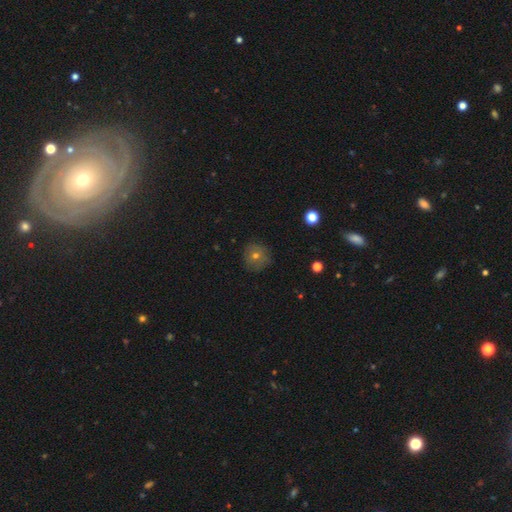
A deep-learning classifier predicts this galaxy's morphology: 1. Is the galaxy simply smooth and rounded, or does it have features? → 61% smooth, 23% featured or disk, 15% star or artifact.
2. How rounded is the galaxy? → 94% round, 5% in between, 1% cigar-shaped.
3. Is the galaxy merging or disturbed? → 84% none, 11% minor disturbance, 3% major disturbance, 1% merger.